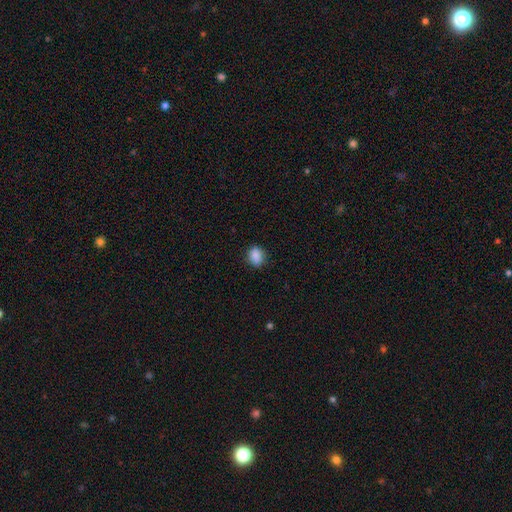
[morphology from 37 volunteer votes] Smooth or featured?
  - smooth: 89% *
  - featured or disk: 8%
  - star or artifact: 3%
How rounded?
  - in between: 58% *
  - round: 39%
  - cigar-shaped: 3%
Merging?
  - none: 78% *
  - minor disturbance: 17%
  - major disturbance: 3%
  - merger: 3%